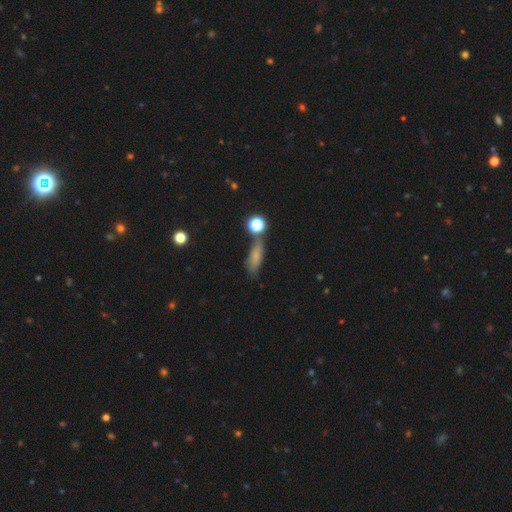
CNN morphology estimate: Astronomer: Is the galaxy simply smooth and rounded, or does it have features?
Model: smooth — 70%.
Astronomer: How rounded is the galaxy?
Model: cigar-shaped — 53% (runner-up: in between, 39%).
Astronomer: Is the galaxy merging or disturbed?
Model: none — 57%.